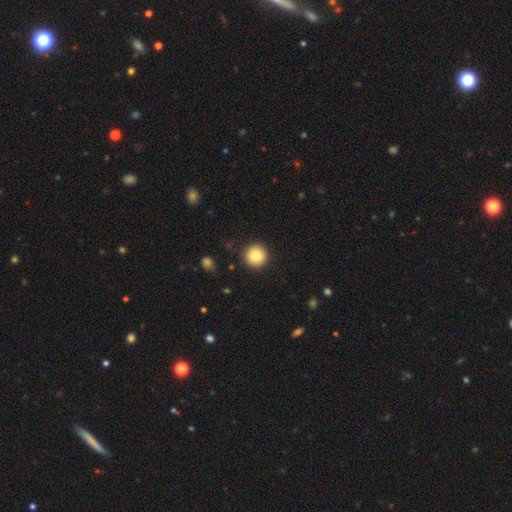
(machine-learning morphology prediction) The model was most divided on "smooth or featured": smooth: 85%, star or artifact: 9%, featured or disk: 7%. More confident: how rounded — round (96%); merging — none (91%).